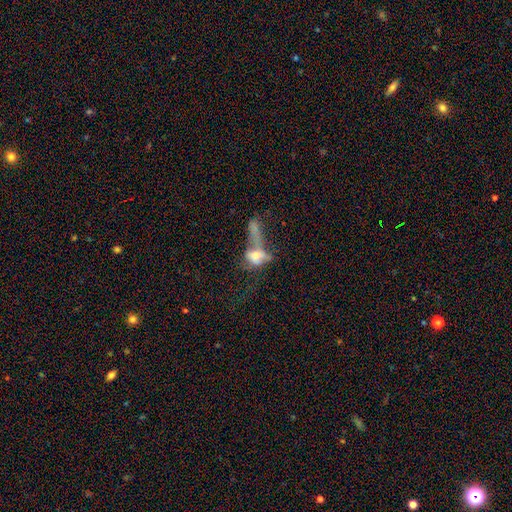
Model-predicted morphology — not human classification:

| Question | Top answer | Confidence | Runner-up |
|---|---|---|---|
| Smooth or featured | smooth | 47% | featured or disk (39%) |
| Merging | merger | 46% | major disturbance (33%) |